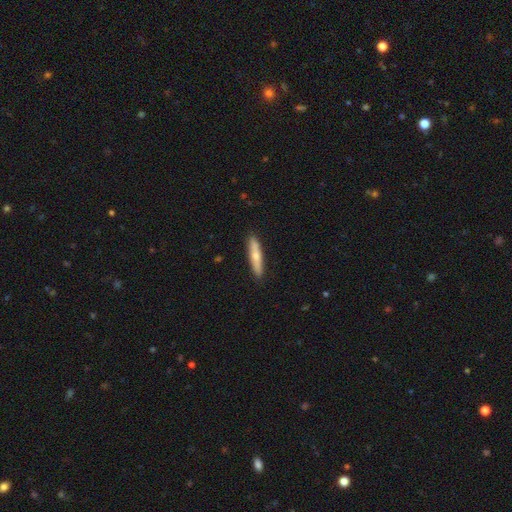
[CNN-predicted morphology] A smooth galaxy with no disk features (60%) that is cigar-shaped (87%).

Vote fractions:
- Smooth or featured? smooth: 60% / featured or disk: 34% / star or artifact: 5%
- How rounded? cigar-shaped: 87% / in between: 11% / round: 2%
- Merging? none: 89% / minor disturbance: 8% / major disturbance: 2% / merger: 1%